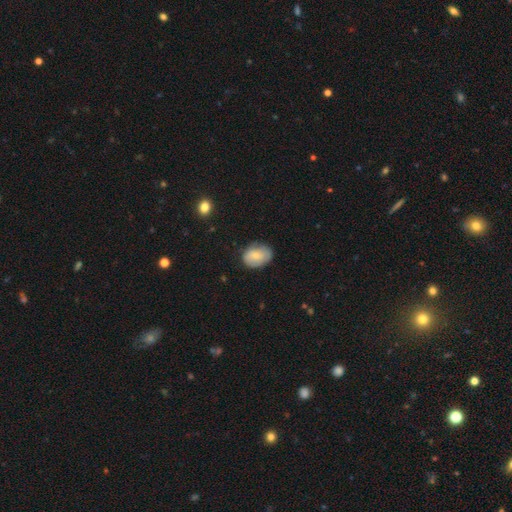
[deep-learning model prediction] smooth-or-featured: smooth: 73% | featured or disk: 19% | star or artifact: 7%
  how-rounded: in between: 69% | round: 30% | cigar-shaped: 1%
  merging: none: 70% | minor disturbance: 23% | major disturbance: 5% | merger: 1%